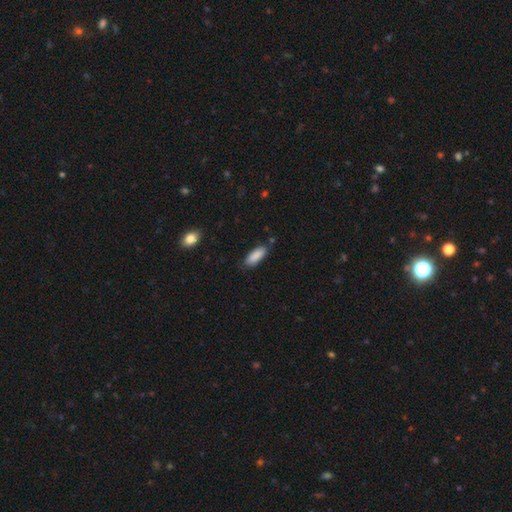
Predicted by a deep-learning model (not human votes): This is clearly a smooth galaxy (89%). How rounded: likely in between (71%). Merging: likely none (79%).